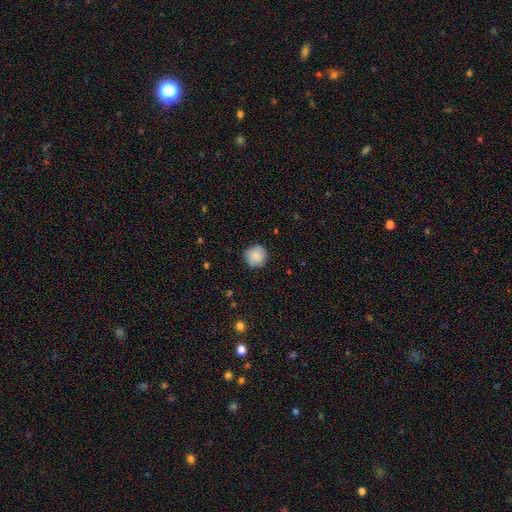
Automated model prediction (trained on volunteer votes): smooth 85%, featured or disk 8%, star or artifact 7%. Down the decision tree: how rounded — round (93%); merging — none (84%).